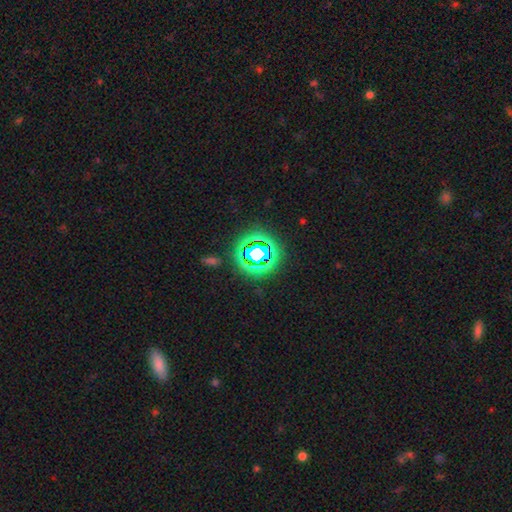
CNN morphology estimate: Smooth or featured: star or artifact — 69% (smooth — 19%)